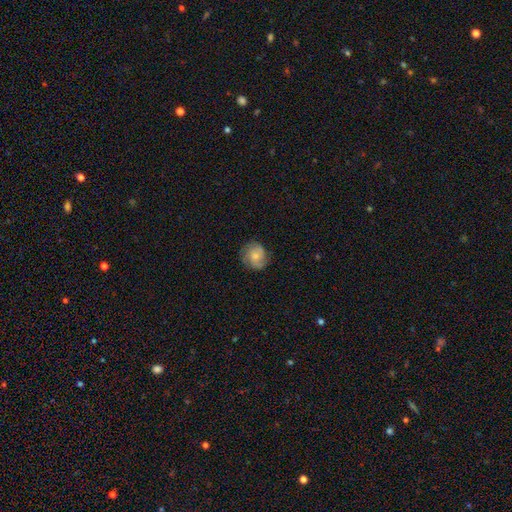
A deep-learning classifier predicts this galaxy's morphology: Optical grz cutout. It shows a featured or disk galaxy (48%). Merging: none (76%).